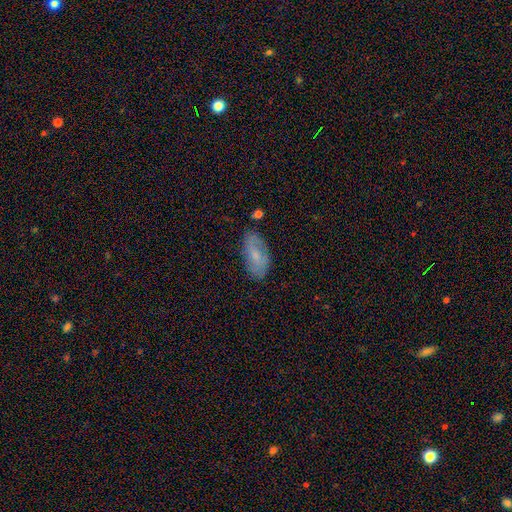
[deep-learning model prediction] Q: Smooth or featured?
A: smooth (59%); runner-up: featured or disk (33%)
Q: How rounded?
A: in between (90%); runner-up: cigar-shaped (7%)
Q: Merging?
A: none (72%); runner-up: minor disturbance (20%)